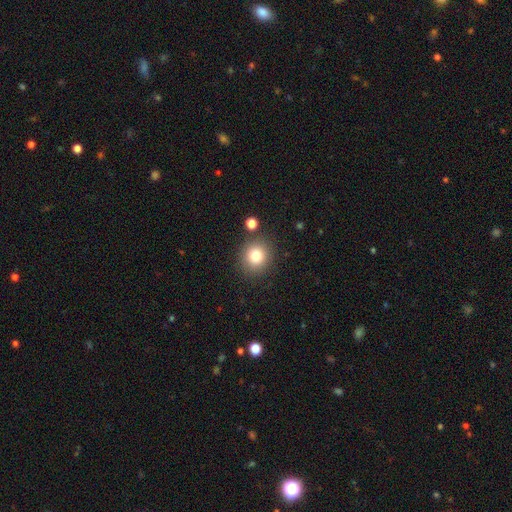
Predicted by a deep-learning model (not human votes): smooth 80%, star or artifact 12%, featured or disk 8%. Down the decision tree: how rounded — round (86%); merging — none (84%).